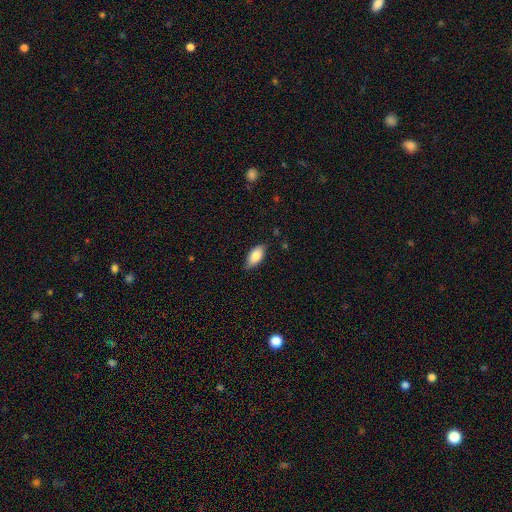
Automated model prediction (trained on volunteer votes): The model was most divided on "merging": none: 82%, minor disturbance: 15%, major disturbance: 2%, merger: 1%. More confident: how rounded — in between (91%); smooth or featured — smooth (85%).